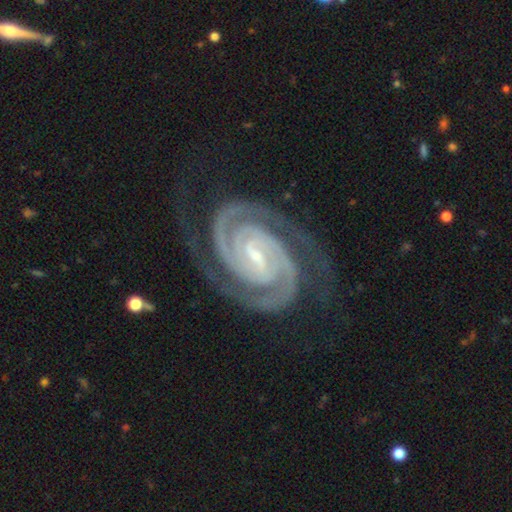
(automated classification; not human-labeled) This appears to be a featured or disk galaxy (95%) with a strong bar (43%), 2 (91%) tight (81%) spiral arms (99%) and a small central bulge (70%). Merging: none (82%).